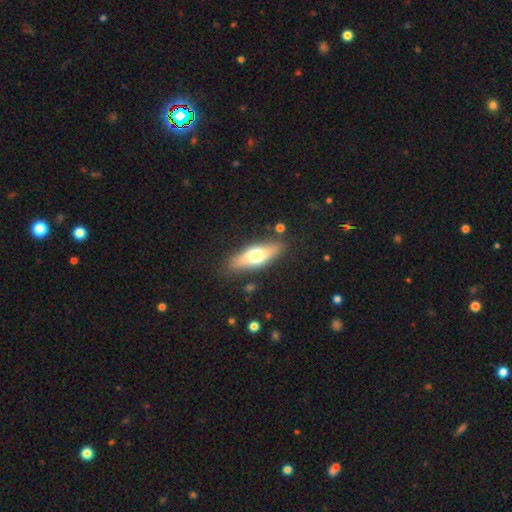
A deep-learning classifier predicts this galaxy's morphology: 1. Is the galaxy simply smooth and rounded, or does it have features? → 57% smooth, 37% featured or disk, 6% star or artifact.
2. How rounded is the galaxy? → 56% in between, 41% cigar-shaped, 3% round.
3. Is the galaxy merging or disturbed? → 83% none, 12% minor disturbance, 3% major disturbance, 2% merger.